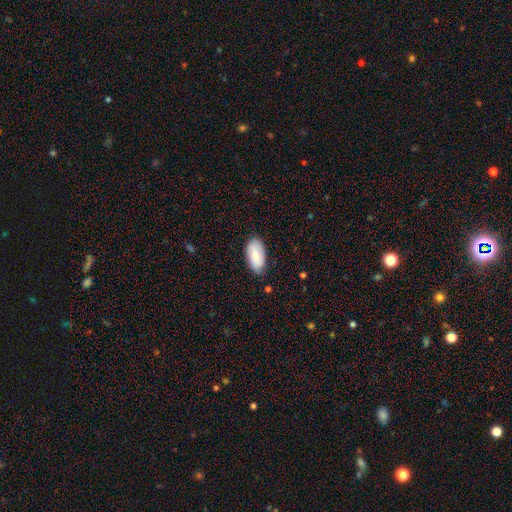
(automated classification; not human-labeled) smooth 75%, featured or disk 19%, star or artifact 6%. Down the decision tree: how rounded — in between (94%); merging — none (76%).